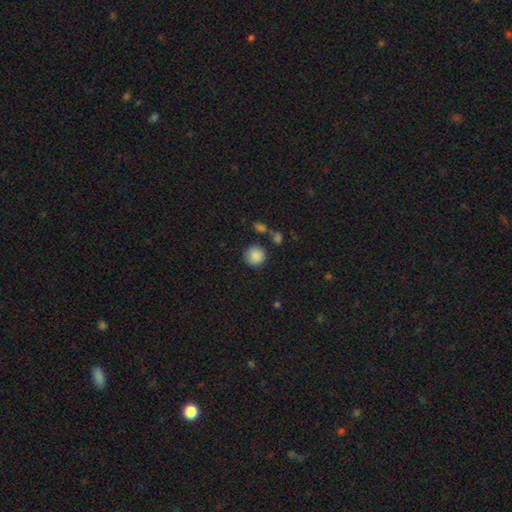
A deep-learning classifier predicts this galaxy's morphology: A smooth galaxy with no disk features (88%) that is round (92%). Merging: none (78%).